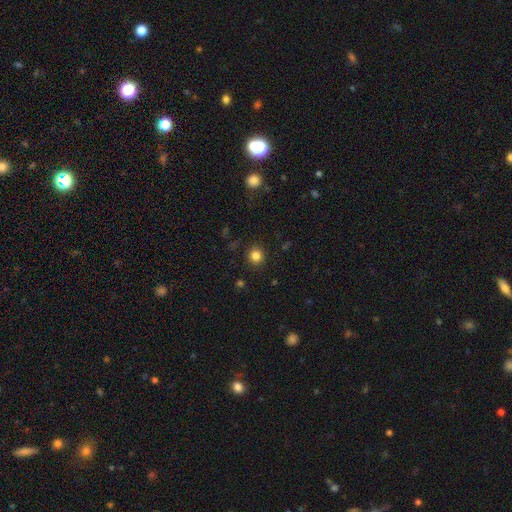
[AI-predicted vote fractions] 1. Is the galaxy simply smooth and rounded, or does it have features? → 83% smooth, 12% star or artifact, 5% featured or disk.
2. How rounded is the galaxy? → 91% round, 9% in between, 1% cigar-shaped.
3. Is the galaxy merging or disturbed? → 90% none, 6% minor disturbance, 2% major disturbance, 1% merger.